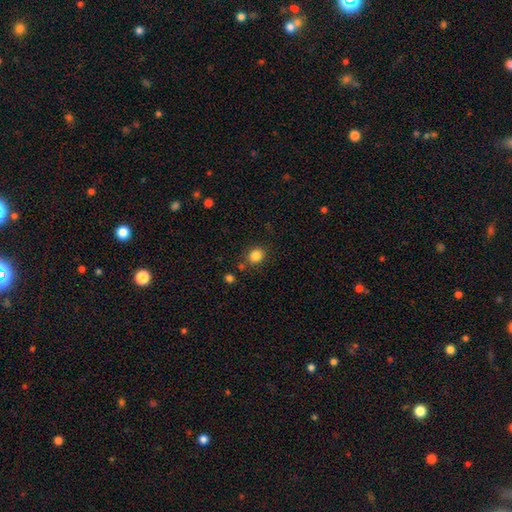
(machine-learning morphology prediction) Smooth or featured?
  - smooth: 84% *
  - star or artifact: 11%
  - featured or disk: 5%
How rounded?
  - round: 72% *
  - in between: 27%
  - cigar-shaped: 1%
Merging?
  - none: 82% *
  - minor disturbance: 10%
  - merger: 5%
  - major disturbance: 3%